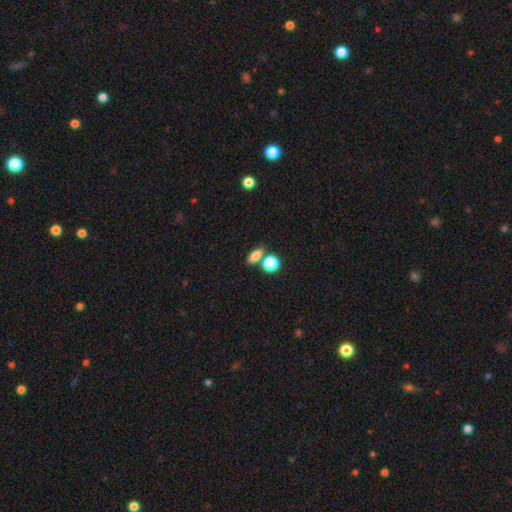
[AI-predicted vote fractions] Smooth or featured: smooth — 80% (star or artifact — 11%)
How rounded: in between — 68% (round — 22%)
Merging: none — 64% (merger — 21%)